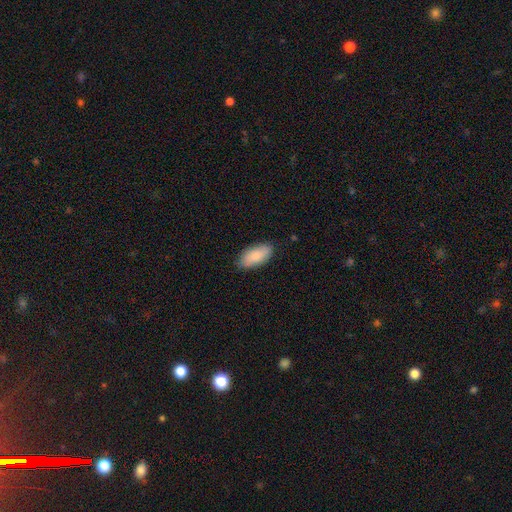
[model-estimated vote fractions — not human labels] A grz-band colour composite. It shows a smooth galaxy with no disk features (85%) that is in between round and cigar-shaped (91%). Merging: none (84%).